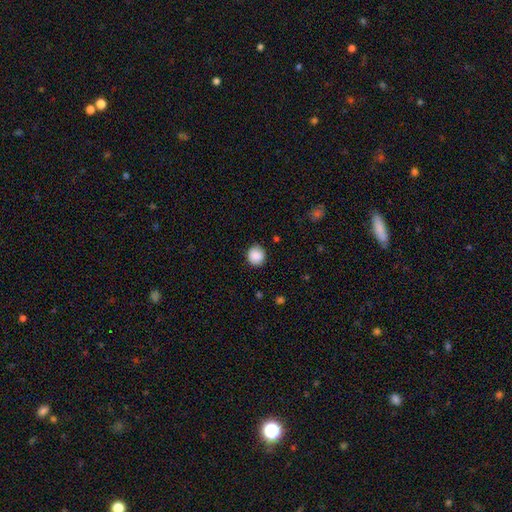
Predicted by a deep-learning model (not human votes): smooth_or_featured: smooth (p=0.88) [alt: star or artifact p=0.08]
how_rounded: round (p=0.89) [alt: in between p=0.10]
merging: none (p=0.88) [alt: minor disturbance p=0.09]